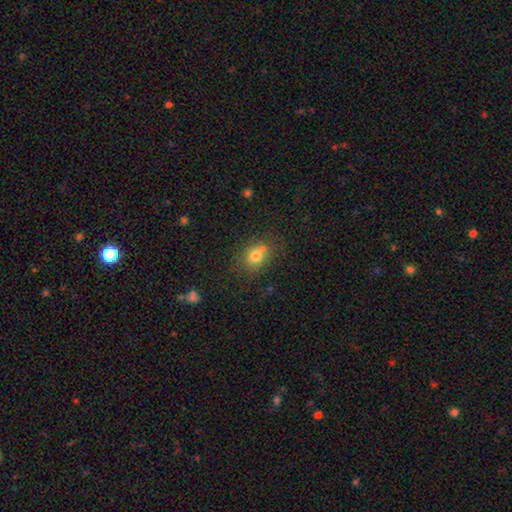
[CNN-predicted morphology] type=smooth (75%); roundness=round (59%); merging=none (58%).